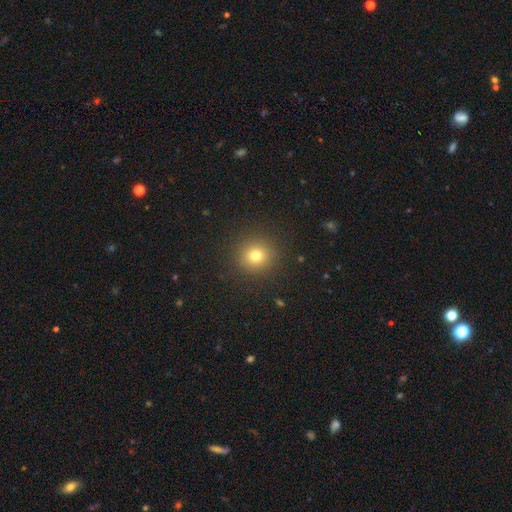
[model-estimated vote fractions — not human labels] Smooth or featured: smooth — 76% (star or artifact — 16%)
How rounded: round — 91% (in between — 8%)
Merging: none — 90% (minor disturbance — 6%)